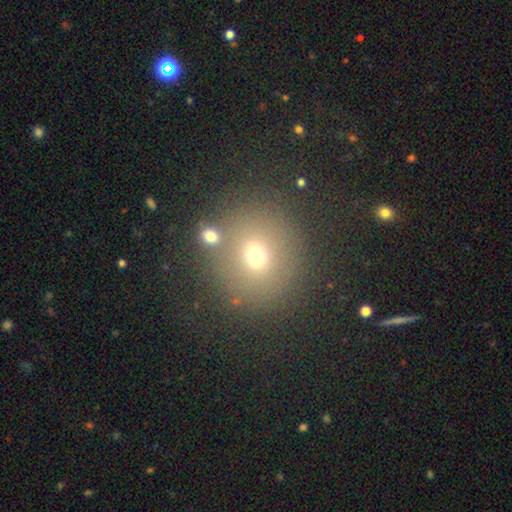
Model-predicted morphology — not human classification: type=smooth (67%); roundness=round (87%); merging=none (78%).